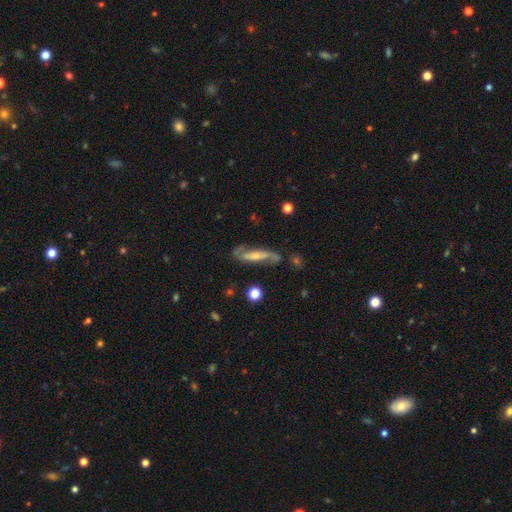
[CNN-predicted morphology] A featured or disk galaxy (74%) with a strong bar (36%), spiral arms (89%) and a small central bulge (53%).

Vote fractions:
- Smooth or featured? featured or disk: 74% / smooth: 20% / star or artifact: 7%
- Edge-on disk? no: 74% / yes: 26%
- Bar? strong: 36% / no: 33% / weak: 32%
- Spiral arms? yes: 89% / no: 11%
- Bulge size? small: 53% / moderate: 37% / none: 5% / large: 4% / dominant: 1%
- Merging? none: 65% / minor disturbance: 20% / major disturbance: 10% / merger: 4%